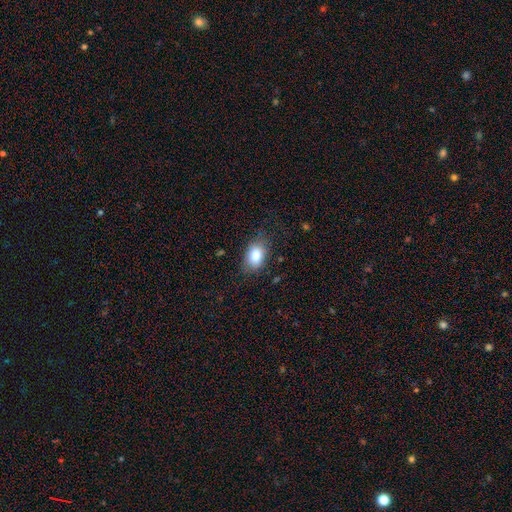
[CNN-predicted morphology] smooth 81%, featured or disk 11%, star or artifact 9%. Down the decision tree: how rounded — in between (81%); merging — none (75%).